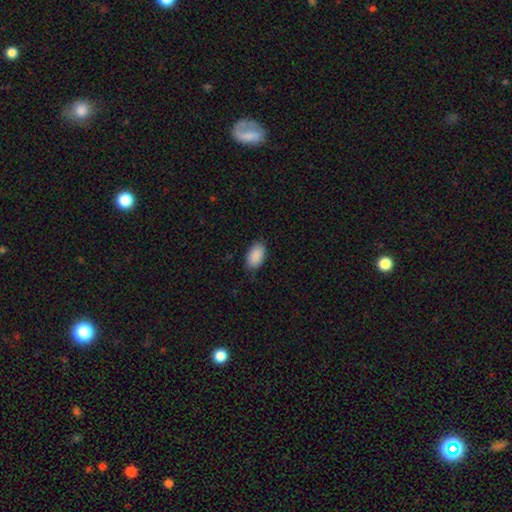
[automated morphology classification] Smooth or featured? Predicted: smooth (p=0.90). How rounded? Predicted: in between (p=0.94). Merging? Predicted: none (p=0.82).